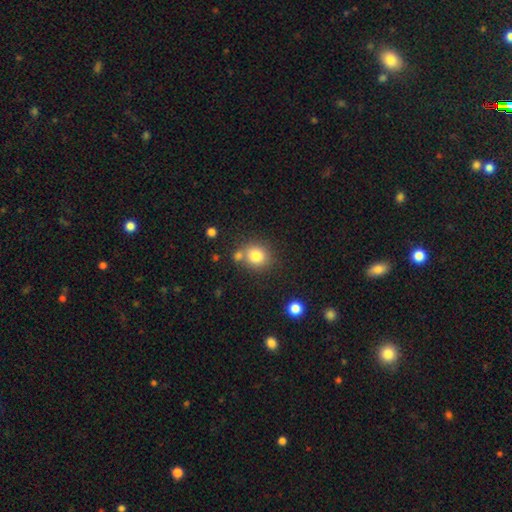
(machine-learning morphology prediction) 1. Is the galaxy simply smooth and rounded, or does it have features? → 80% smooth, 11% star or artifact, 8% featured or disk.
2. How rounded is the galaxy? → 81% round, 18% in between, 1% cigar-shaped.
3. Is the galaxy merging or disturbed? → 67% none, 19% merger, 11% minor disturbance, 3% major disturbance.